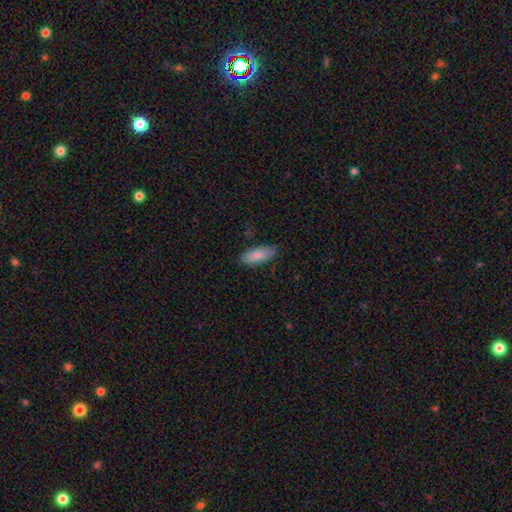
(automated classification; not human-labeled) The model was most divided on "how rounded": in between: 75%, cigar-shaped: 23%, round: 2%. More confident: merging — none (82%); smooth or featured — smooth (81%).